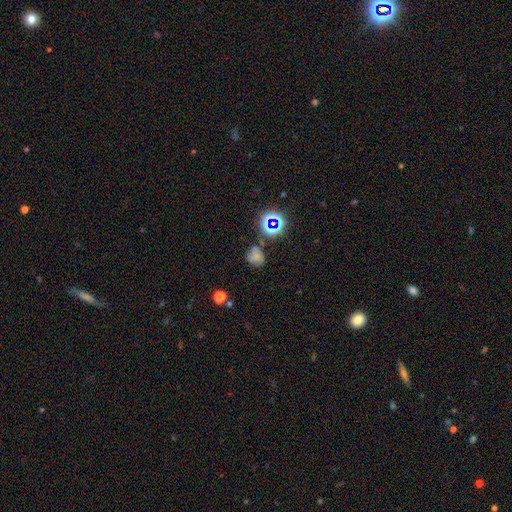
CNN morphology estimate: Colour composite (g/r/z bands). It shows a smooth galaxy with no disk features (57%) that is round (64%). Merging: none (61%).